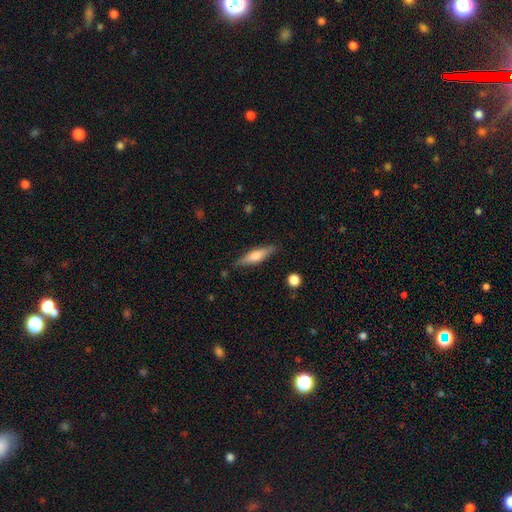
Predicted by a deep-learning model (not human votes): A smooth galaxy with no disk features (47%). Merging: none (84%).